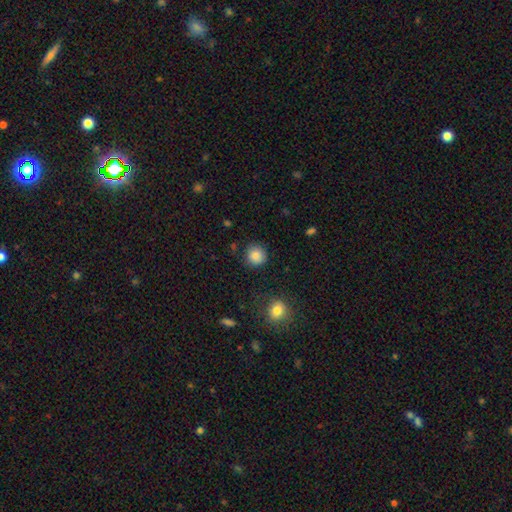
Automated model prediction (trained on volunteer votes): smooth-or-featured: smooth: 86% | star or artifact: 9% | featured or disk: 5%
  how-rounded: round: 90% | in between: 9% | cigar-shaped: 1%
  merging: none: 84% | minor disturbance: 10% | major disturbance: 3% | merger: 2%